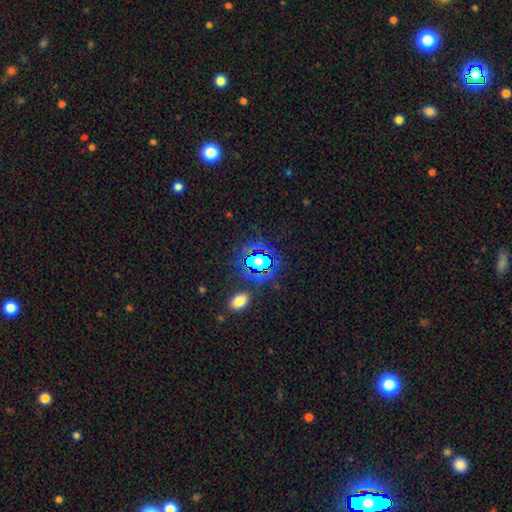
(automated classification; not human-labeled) This is likely a star or artifact rather than a galaxy (76%).